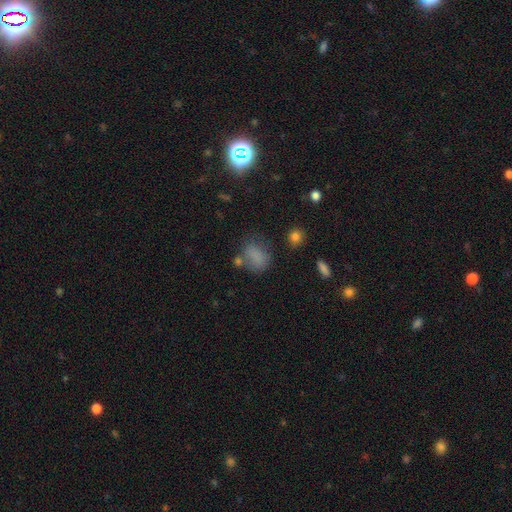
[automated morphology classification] smooth-or-featured: smooth: 74% | star or artifact: 15% | featured or disk: 10%
  how-rounded: in between: 63% | round: 35% | cigar-shaped: 2%
  merging: none: 52% | minor disturbance: 24% | major disturbance: 14% | merger: 11%